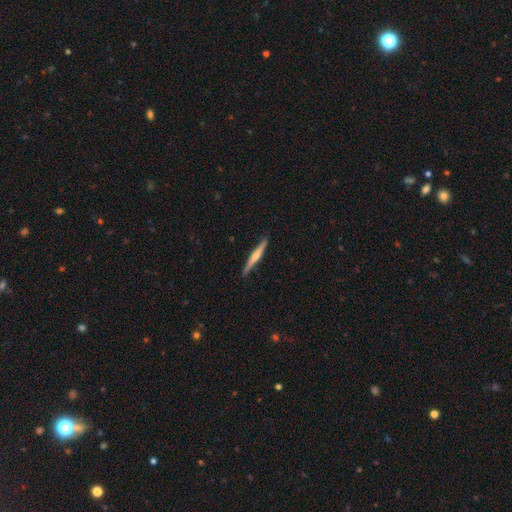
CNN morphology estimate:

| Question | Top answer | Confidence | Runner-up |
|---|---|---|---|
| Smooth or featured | featured or disk | 59% | smooth (36%) |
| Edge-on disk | yes | 97% | no (3%) |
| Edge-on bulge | rounded | 73% | none (19%) |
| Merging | none | 88% | minor disturbance (9%) |